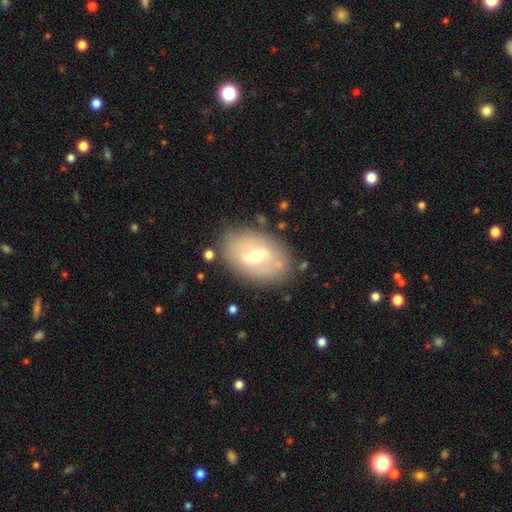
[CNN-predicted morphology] Smooth or featured: featured or disk — 59% (smooth — 34%)
Edge-on disk: no — 89% (yes — 11%)
Bar: weak — 45% (strong — 39%)
Spiral arms: no — 71% (yes — 29%)
Bulge size: moderate — 68% (small — 23%)
Merging: none — 80% (minor disturbance — 13%)